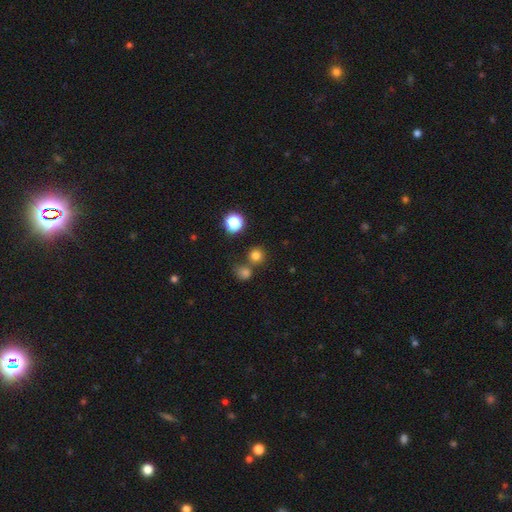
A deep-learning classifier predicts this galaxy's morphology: Smooth or featured?
  - smooth: 76% *
  - star or artifact: 18%
  - featured or disk: 6%
How rounded?
  - round: 91% *
  - in between: 8%
  - cigar-shaped: 1%
Merging?
  - none: 68% *
  - merger: 22%
  - minor disturbance: 7%
  - major disturbance: 3%